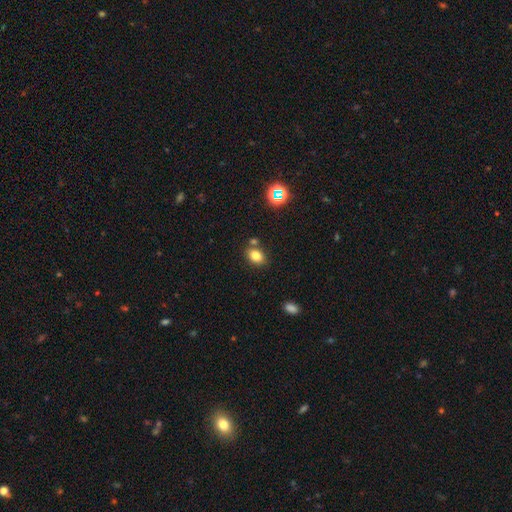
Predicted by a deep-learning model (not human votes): Q: Smooth or featured?
A: smooth (80%); runner-up: star or artifact (13%)
Q: How rounded?
A: in between (69%); runner-up: round (29%)
Q: Merging?
A: none (71%); runner-up: merger (13%)